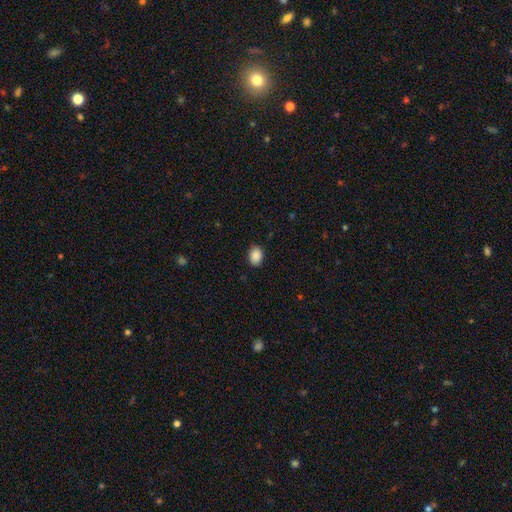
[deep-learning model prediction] Smooth or featured? Predicted: smooth (p=0.89). How rounded? Predicted: in between (p=0.69). Merging? Predicted: none (p=0.87).